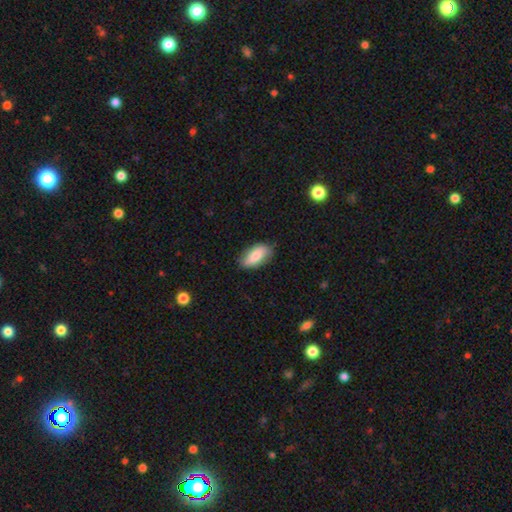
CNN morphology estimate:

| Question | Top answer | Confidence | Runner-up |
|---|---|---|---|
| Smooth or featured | smooth | 75% | featured or disk (19%) |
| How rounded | in between | 89% | cigar-shaped (8%) |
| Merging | none | 81% | minor disturbance (15%) |